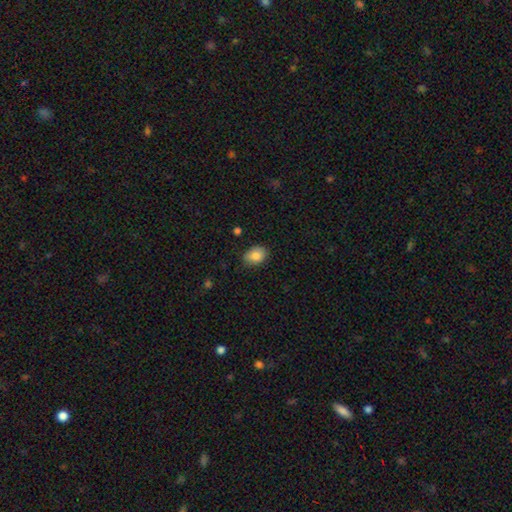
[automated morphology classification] Smooth or featured?
  - smooth: 84% *
  - star or artifact: 8%
  - featured or disk: 8%
How rounded?
  - in between: 77% *
  - round: 22%
  - cigar-shaped: 1%
Merging?
  - none: 81% *
  - minor disturbance: 15%
  - major disturbance: 3%
  - merger: 1%